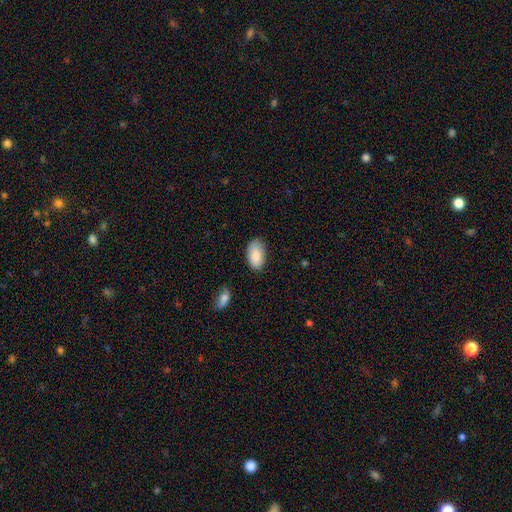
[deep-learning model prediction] Smooth or featured? Predicted: smooth (p=0.87). How rounded? Predicted: in between (p=0.94). Merging? Predicted: none (p=0.80).